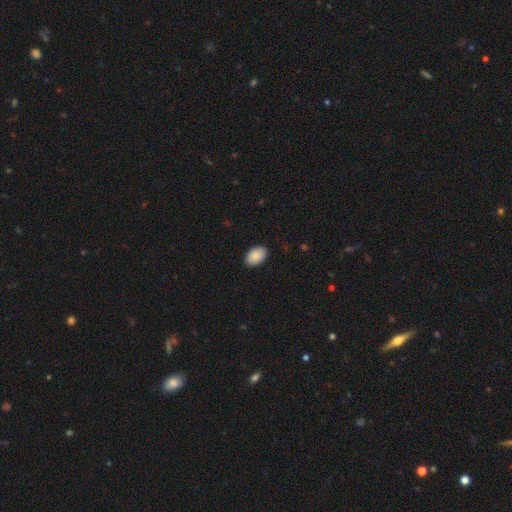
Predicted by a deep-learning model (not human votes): Smooth or featured?
  - smooth: 90% *
  - star or artifact: 6%
  - featured or disk: 4%
How rounded?
  - in between: 91% *
  - round: 8%
  - cigar-shaped: 1%
Merging?
  - none: 89% *
  - minor disturbance: 8%
  - major disturbance: 2%
  - merger: 1%